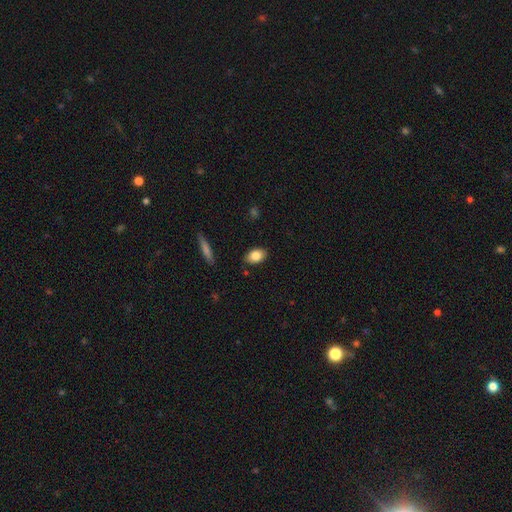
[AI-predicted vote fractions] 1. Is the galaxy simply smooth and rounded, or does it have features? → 83% smooth, 10% featured or disk, 7% star or artifact.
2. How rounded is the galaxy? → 88% in between, 10% round, 2% cigar-shaped.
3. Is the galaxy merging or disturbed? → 85% none, 11% minor disturbance, 2% major disturbance, 2% merger.